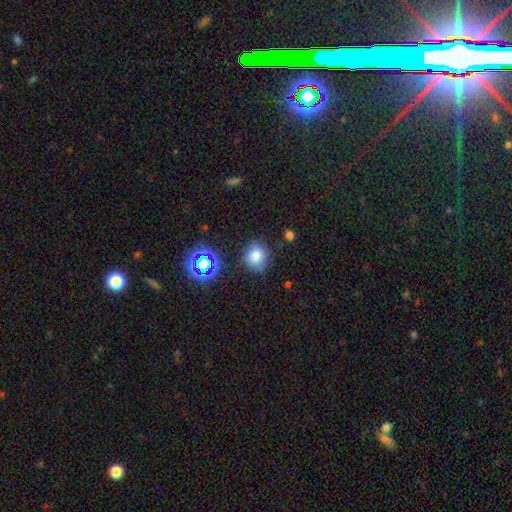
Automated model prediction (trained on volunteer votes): Smooth or featured? smooth (77%)
How rounded? round (78%)
Merging? none (75%)